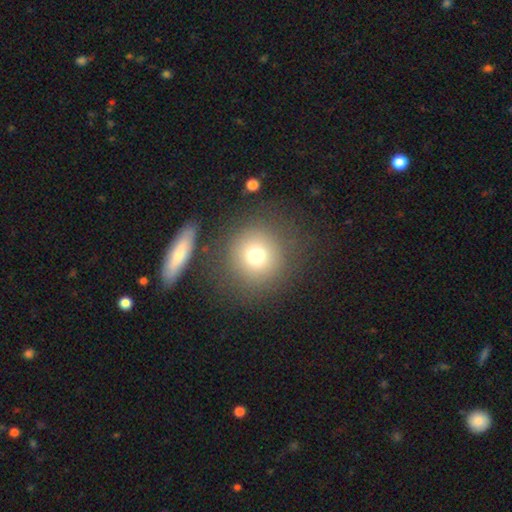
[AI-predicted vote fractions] Smooth or featured?
  - smooth: 74% *
  - star or artifact: 13%
  - featured or disk: 13%
How rounded?
  - round: 92% *
  - in between: 7%
  - cigar-shaped: 1%
Merging?
  - none: 79% *
  - minor disturbance: 9%
  - merger: 7%
  - major disturbance: 5%